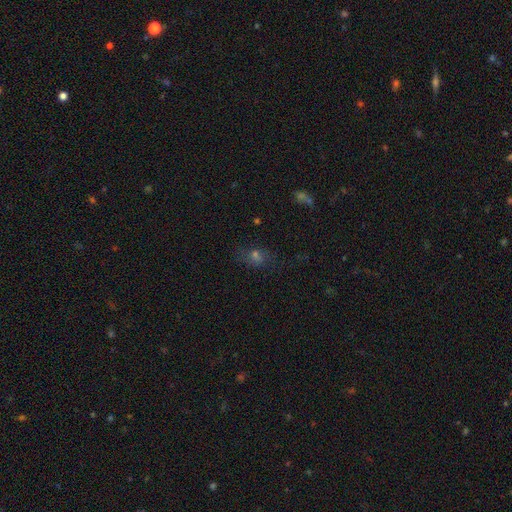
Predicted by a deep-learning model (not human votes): smooth_or_featured: smooth (p=0.47) [alt: star or artifact p=0.32]
merging: none (p=0.71) [alt: minor disturbance p=0.18]